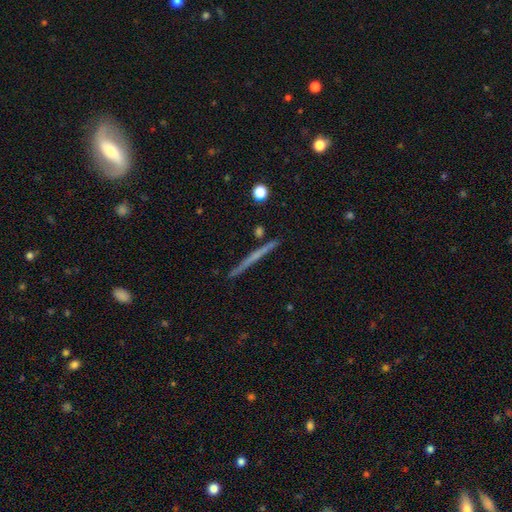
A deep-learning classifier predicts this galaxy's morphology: Smooth or featured?
  - featured or disk: 54% *
  - smooth: 39%
  - star or artifact: 7%
Edge-on disk?
  - yes: 97% *
  - no: 3%
Edge-on bulge?
  - none: 86% *
  - rounded: 11%
  - boxy: 4%
Merging?
  - none: 90% *
  - minor disturbance: 7%
  - merger: 2%
  - major disturbance: 1%